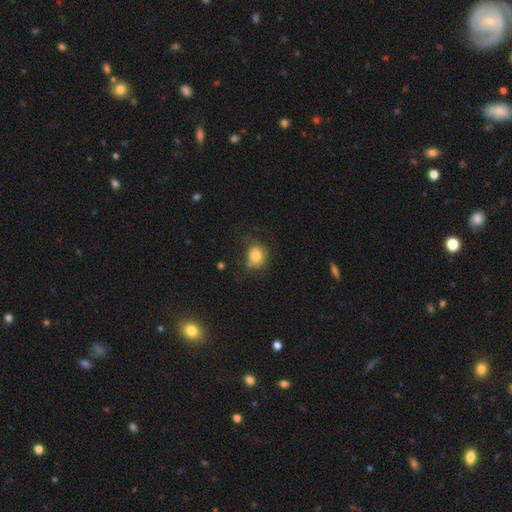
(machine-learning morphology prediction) A smooth galaxy with no disk features (81%) that is round (67%).

Vote fractions:
- Smooth or featured? smooth: 81% / star or artifact: 10% / featured or disk: 9%
- How rounded? round: 67% / in between: 32% / cigar-shaped: 1%
- Merging? none: 62% / minor disturbance: 25% / major disturbance: 9% / merger: 4%